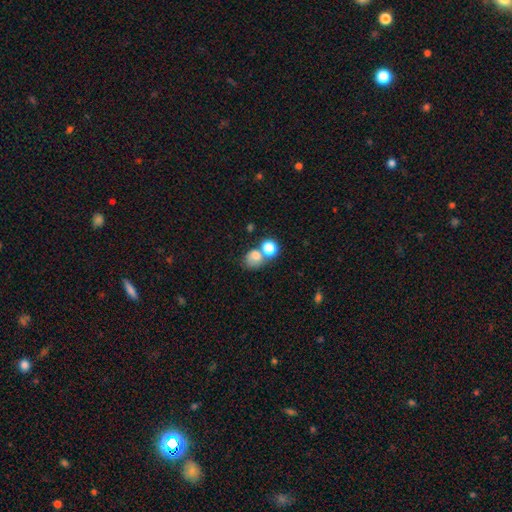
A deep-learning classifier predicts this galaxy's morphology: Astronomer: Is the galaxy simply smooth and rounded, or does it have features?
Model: smooth — 75%.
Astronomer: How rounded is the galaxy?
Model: round — 64%.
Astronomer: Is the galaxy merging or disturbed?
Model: merger — 45% (runner-up: none, 39%).